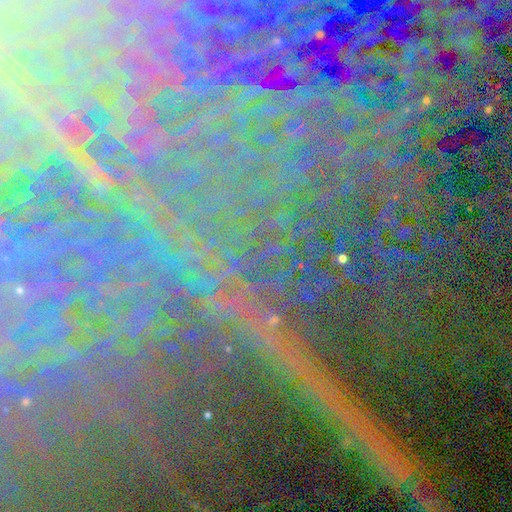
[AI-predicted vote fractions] Q: Smooth or featured?
A: star or artifact (82%); runner-up: featured or disk (10%)